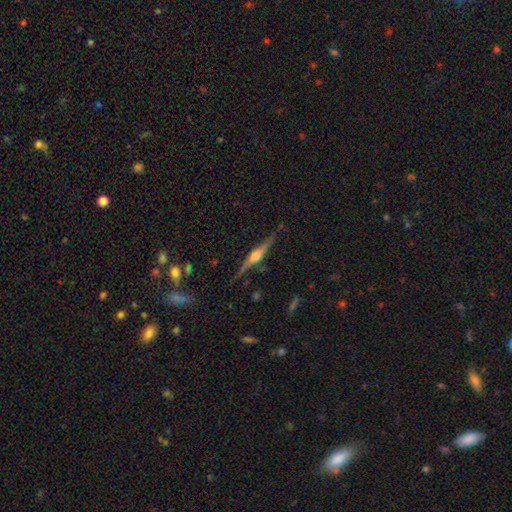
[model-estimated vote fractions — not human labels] This appears to be a featured or disk galaxy (79%) viewed edge-on (98%) with a rounded central bulge (91%). Merging: none (84%).